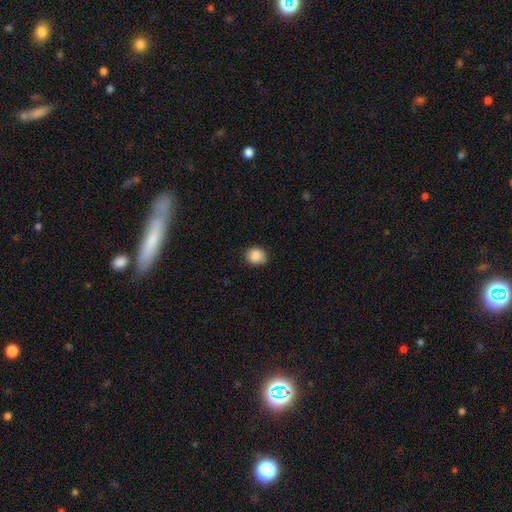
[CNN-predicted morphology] smooth-or-featured: smooth: 88% | star or artifact: 8% | featured or disk: 3%
  how-rounded: round: 72% | in between: 28% | cigar-shaped: 1%
  merging: none: 83% | minor disturbance: 14% | major disturbance: 2% | merger: 1%